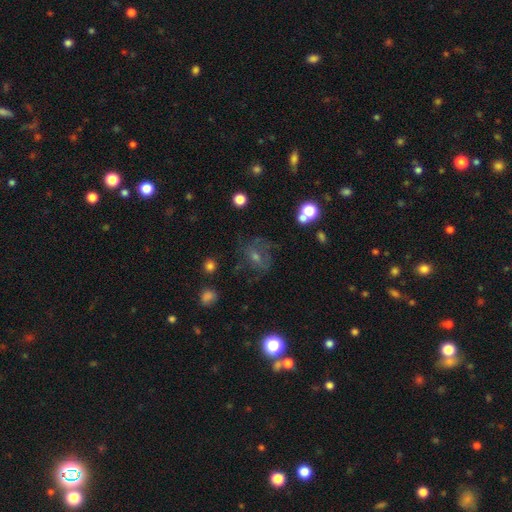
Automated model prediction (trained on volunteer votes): Q: Smooth or featured?
A: featured or disk (42%); runner-up: smooth (31%)
Q: Merging?
A: none (65%); runner-up: minor disturbance (18%)